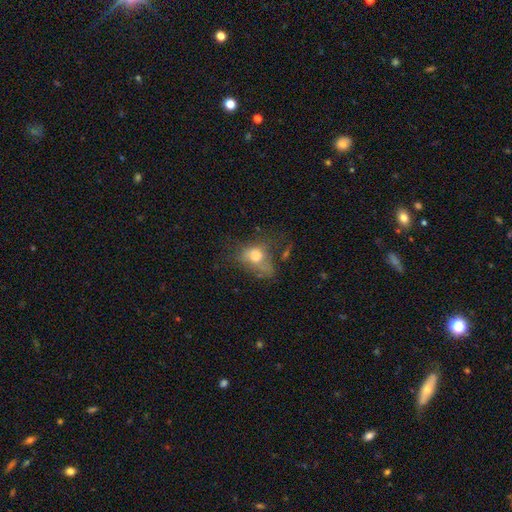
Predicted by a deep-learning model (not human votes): This appears to be a smooth galaxy with no disk features (62%) that is in between round and cigar-shaped (68%). Merging: major disturbance (39%).